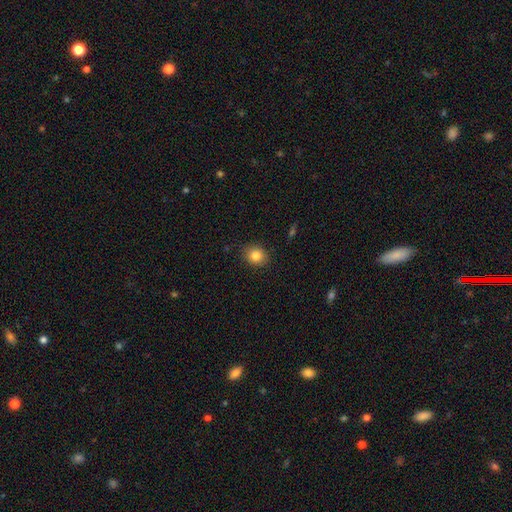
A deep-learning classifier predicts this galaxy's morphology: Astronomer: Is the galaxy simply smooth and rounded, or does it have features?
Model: smooth — 83%.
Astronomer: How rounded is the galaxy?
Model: round — 66%.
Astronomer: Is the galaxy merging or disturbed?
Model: none — 87%.